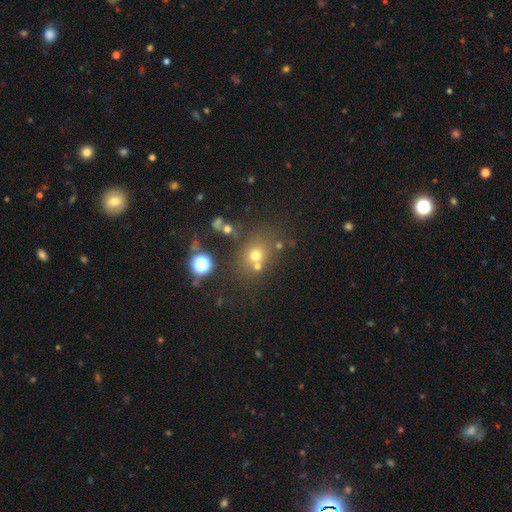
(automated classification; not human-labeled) smooth_or_featured: smooth (p=0.64) [alt: star or artifact p=0.23]
how_rounded: round (p=0.71) [alt: in between p=0.28]
merging: none (p=0.62) [alt: merger p=0.20]